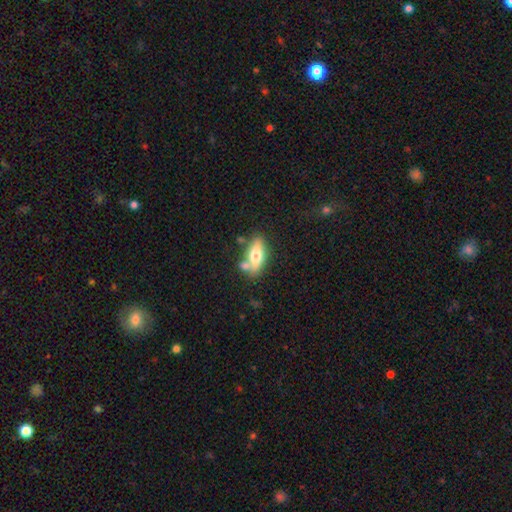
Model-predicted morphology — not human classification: Overall: smooth (62%; featured or disk 31%). How rounded: in between (77%). Merging: none (62%).